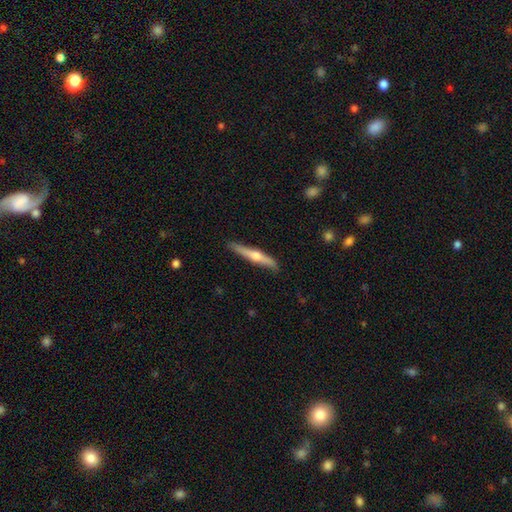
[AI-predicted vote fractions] This appears to be a featured or disk galaxy (63%) viewed edge-on (96%) with a rounded central bulge (90%). Merging: none (88%).